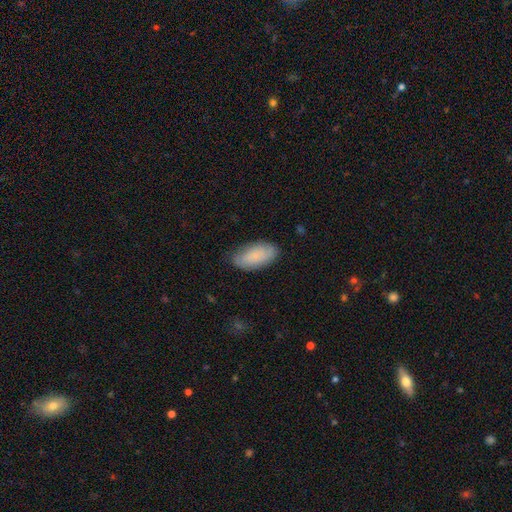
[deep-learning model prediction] smooth_or_featured: smooth (p=0.81) [alt: featured or disk p=0.13]
how_rounded: in between (p=0.93) [alt: cigar-shaped p=0.05]
merging: none (p=0.78) [alt: minor disturbance p=0.17]